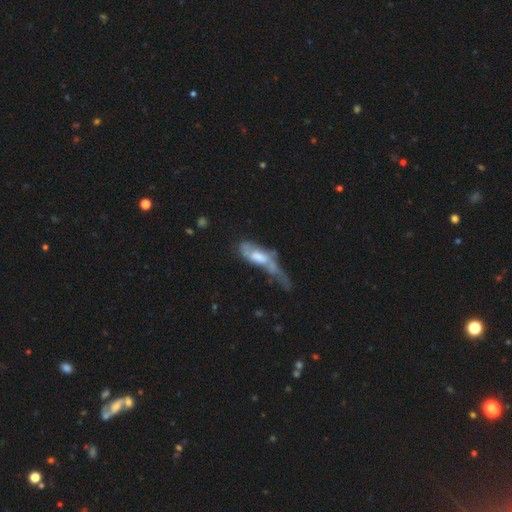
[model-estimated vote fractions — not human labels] Smooth or featured: featured or disk — 51% (smooth — 39%)
Edge-on disk: no — 75% (yes — 25%)
Merging: major disturbance — 47% (minor disturbance — 21%)